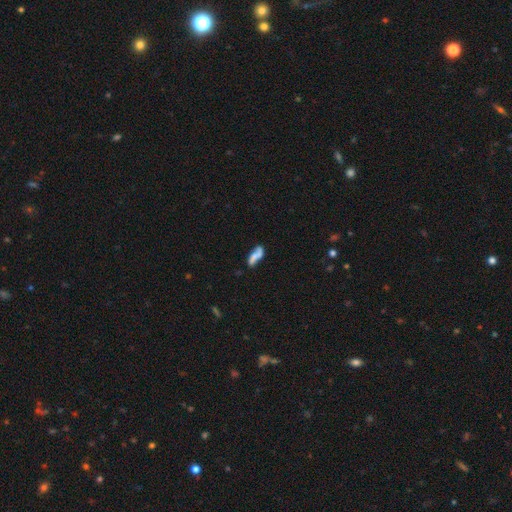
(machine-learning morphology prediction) type=smooth (51%); roundness=in between (57%); merging=none (46%).